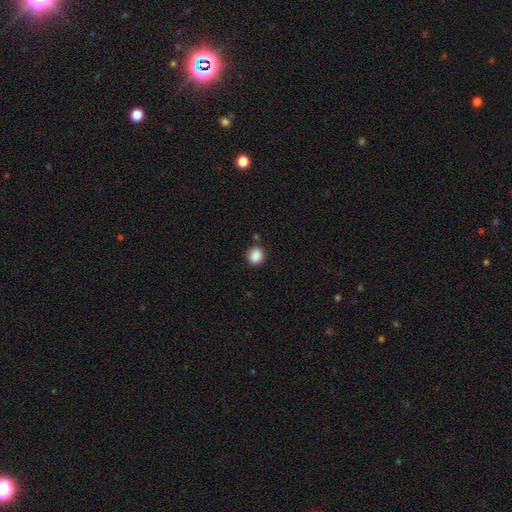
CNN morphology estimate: Smooth or featured?
  - smooth: 88% *
  - star or artifact: 9%
  - featured or disk: 3%
How rounded?
  - round: 86% *
  - in between: 13%
  - cigar-shaped: 1%
Merging?
  - none: 86% *
  - minor disturbance: 8%
  - merger: 3%
  - major disturbance: 3%